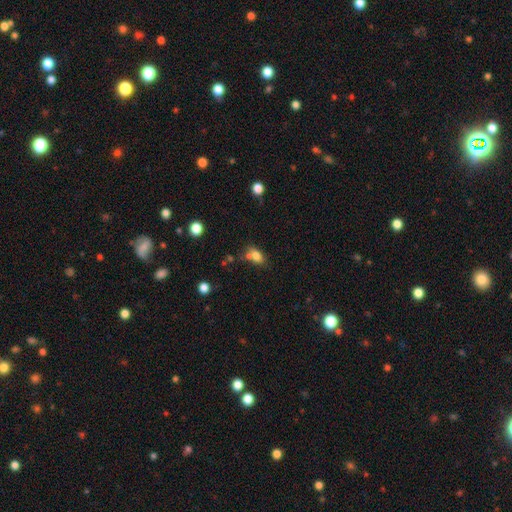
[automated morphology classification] Q: Smooth or featured?
A: smooth (77%); runner-up: star or artifact (12%)
Q: How rounded?
A: in between (77%); runner-up: round (20%)
Q: Merging?
A: none (49%); runner-up: merger (29%)